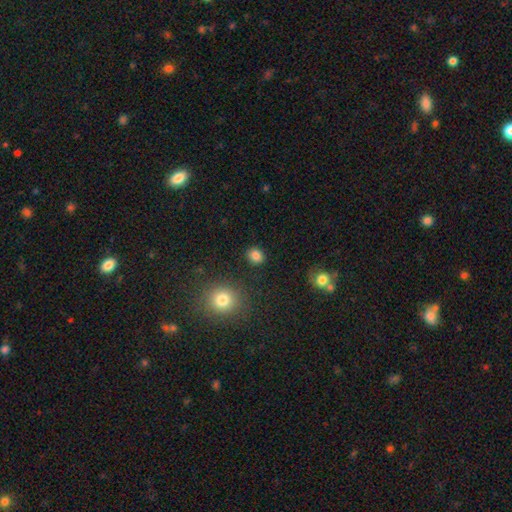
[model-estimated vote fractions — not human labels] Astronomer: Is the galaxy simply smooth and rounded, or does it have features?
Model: smooth — 84%.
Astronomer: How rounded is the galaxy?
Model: round — 68%.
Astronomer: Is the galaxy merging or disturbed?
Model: none — 88%.